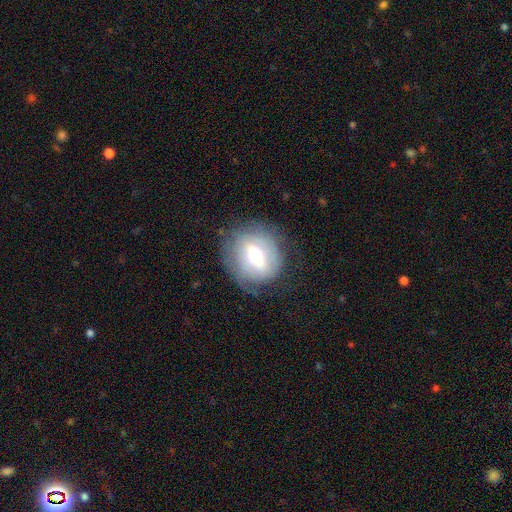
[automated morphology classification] Smooth or featured: featured or disk — 51% (smooth — 40%)
Edge-on disk: no — 88% (yes — 12%)
Merging: none — 65% (minor disturbance — 21%)